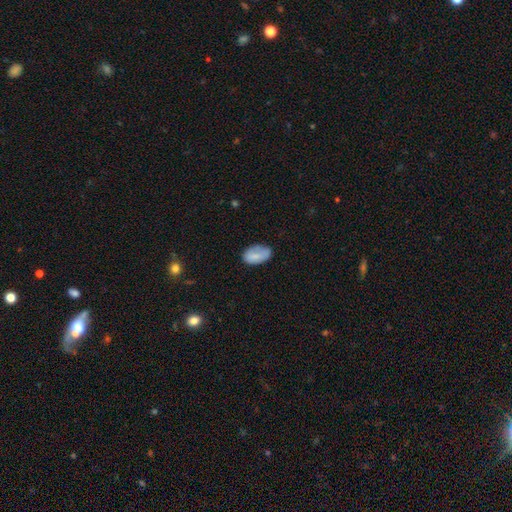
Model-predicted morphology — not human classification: The model was most divided on "merging": none: 67%, minor disturbance: 25%, major disturbance: 6%, merger: 2%. More confident: how rounded — in between (92%); smooth or featured — smooth (78%).